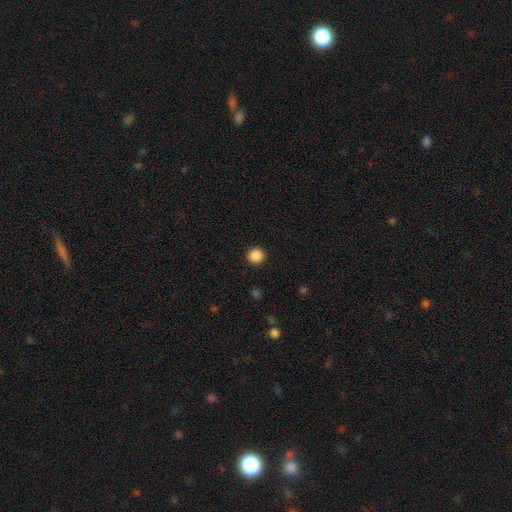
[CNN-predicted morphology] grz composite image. It shows a smooth galaxy with no disk features (88%) that is round (95%). Merging: none (93%).